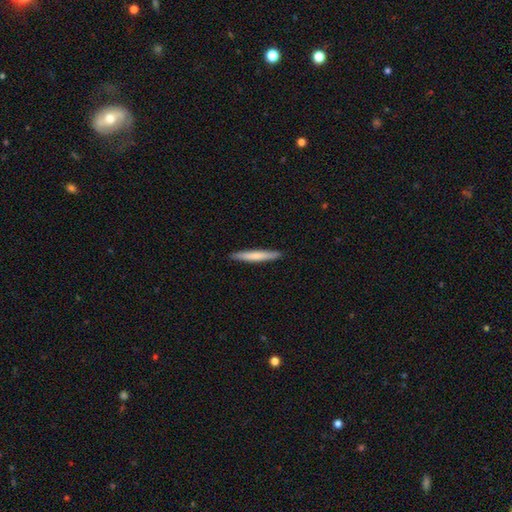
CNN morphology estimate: type=smooth (67%); roundness=cigar-shaped (96%); merging=none (91%).